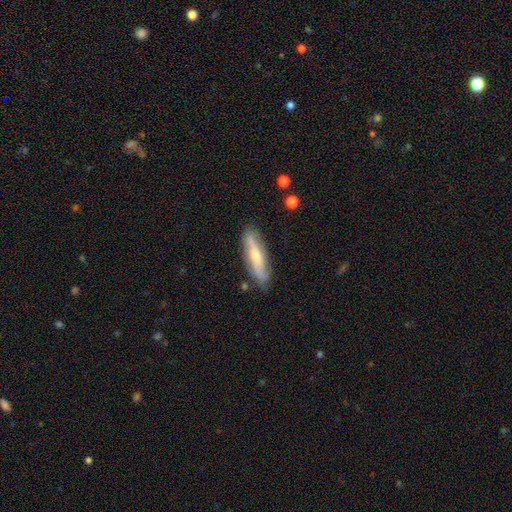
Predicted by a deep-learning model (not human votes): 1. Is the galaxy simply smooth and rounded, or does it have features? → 51% featured or disk, 43% smooth, 6% star or artifact.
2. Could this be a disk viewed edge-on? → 52% yes, 48% no.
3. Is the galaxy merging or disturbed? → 81% none, 14% minor disturbance, 3% major disturbance, 2% merger.